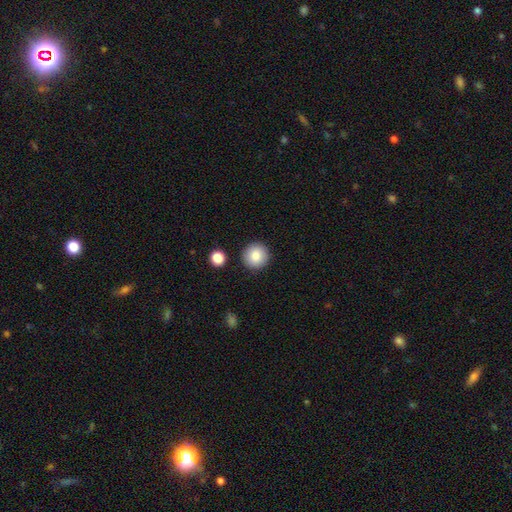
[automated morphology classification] Smooth or featured?
  - smooth: 85% *
  - star or artifact: 8%
  - featured or disk: 6%
How rounded?
  - round: 95% *
  - in between: 4%
  - cigar-shaped: 1%
Merging?
  - none: 90% *
  - minor disturbance: 6%
  - merger: 2%
  - major disturbance: 2%